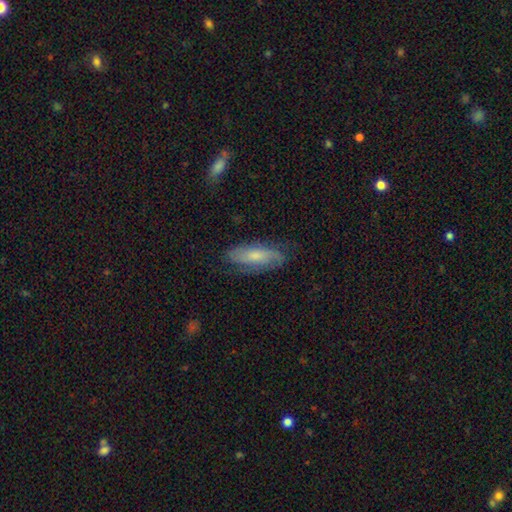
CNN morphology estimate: The model was most divided on "smooth or featured": smooth: 53%, featured or disk: 40%, star or artifact: 7%. More confident: merging — none (73%); how rounded — in between (63%).